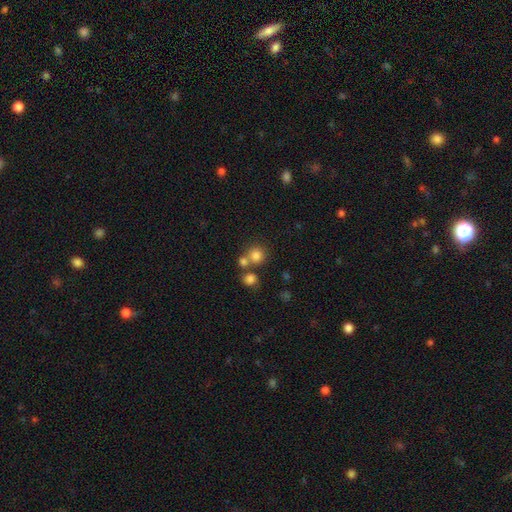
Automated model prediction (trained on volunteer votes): Smooth or featured? smooth (78%)
How rounded? round (89%)
Merging? none (57%)